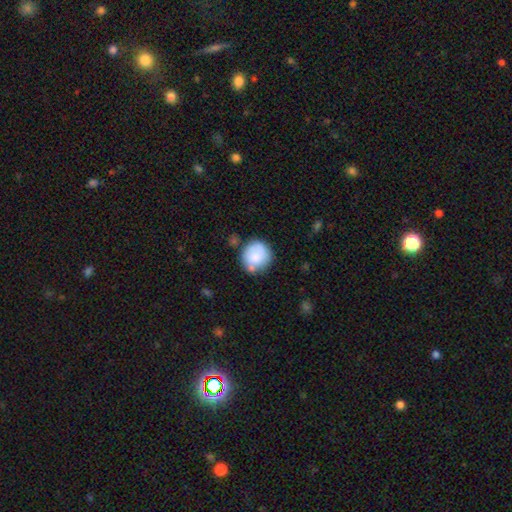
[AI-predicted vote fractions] smooth_or_featured: smooth (p=0.79) [alt: featured or disk p=0.14]
how_rounded: round (p=0.87) [alt: in between p=0.12]
merging: none (p=0.64) [alt: minor disturbance p=0.20]